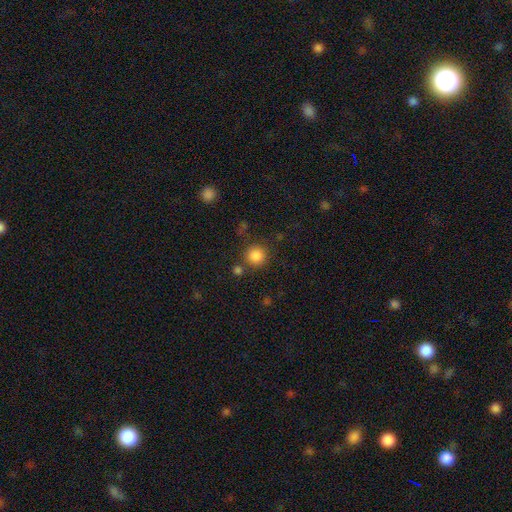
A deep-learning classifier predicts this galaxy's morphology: Smooth or featured: smooth — 85% (star or artifact — 11%)
How rounded: round — 93% (in between — 6%)
Merging: none — 79% (minor disturbance — 9%)